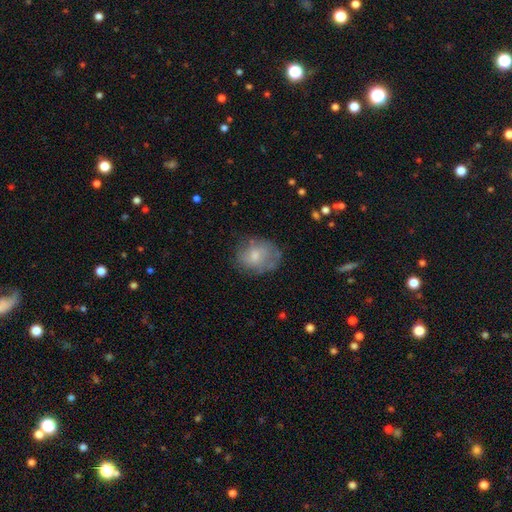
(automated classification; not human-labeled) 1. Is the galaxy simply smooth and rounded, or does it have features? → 62% smooth, 30% featured or disk, 8% star or artifact.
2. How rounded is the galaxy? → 51% round, 48% in between, 1% cigar-shaped.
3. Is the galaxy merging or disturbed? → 64% none, 24% minor disturbance, 10% major disturbance, 2% merger.